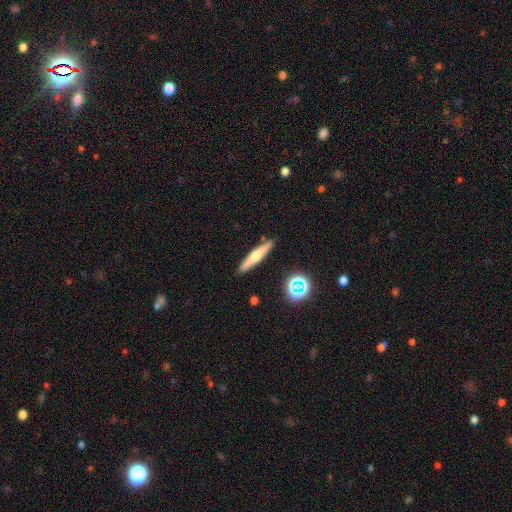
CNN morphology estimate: A smooth galaxy with no disk features (48%). Merging: none (89%).